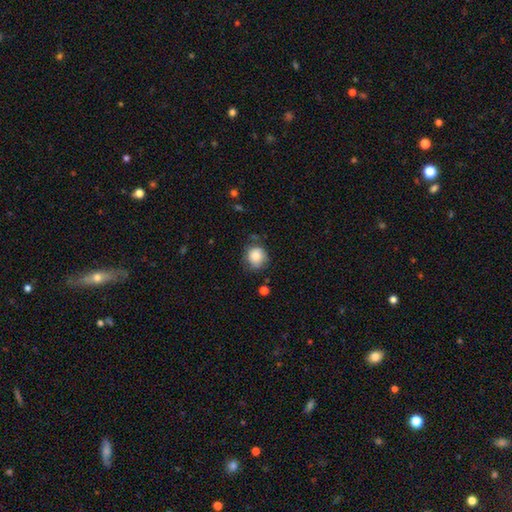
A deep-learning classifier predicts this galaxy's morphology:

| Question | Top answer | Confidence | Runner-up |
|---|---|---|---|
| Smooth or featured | smooth | 83% | star or artifact (9%) |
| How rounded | round | 84% | in between (15%) |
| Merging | none | 66% | minor disturbance (24%) |